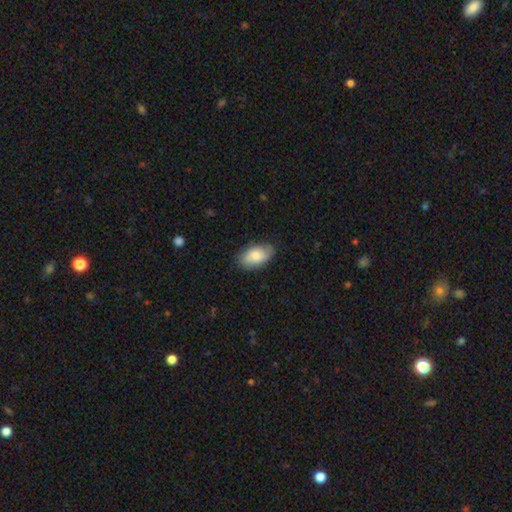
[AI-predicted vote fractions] Smooth or featured? smooth (76%)
How rounded? in between (93%)
Merging? none (80%)